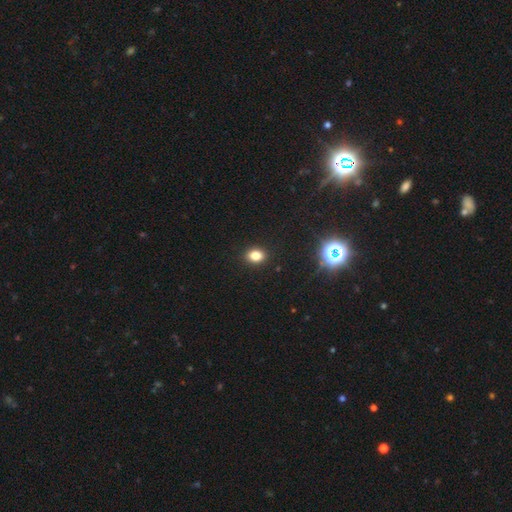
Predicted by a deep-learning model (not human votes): A smooth galaxy with no disk features (80%) that is in between round and cigar-shaped (63%).

Vote fractions:
- Smooth or featured? smooth: 80% / star or artifact: 14% / featured or disk: 6%
- How rounded? in between: 63% / round: 36% / cigar-shaped: 1%
- Merging? none: 90% / minor disturbance: 7% / major disturbance: 2% / merger: 1%